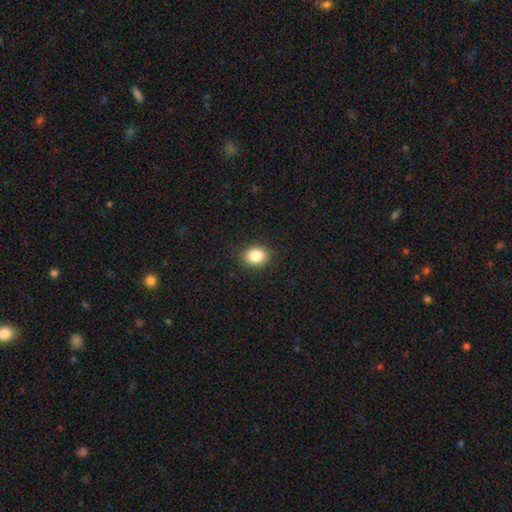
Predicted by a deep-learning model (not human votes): Morphology: type=smooth (85%); roundness=round (60%); merging=none (89%).